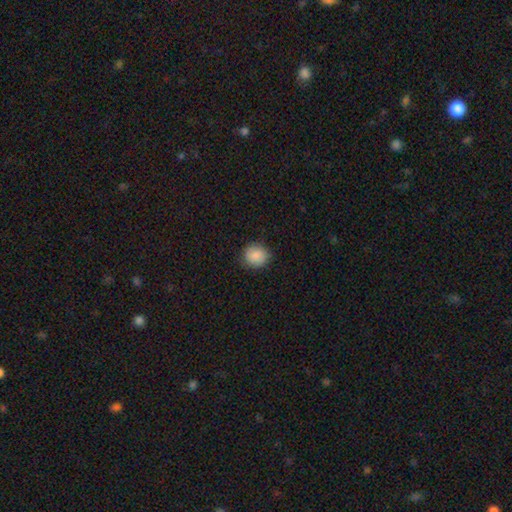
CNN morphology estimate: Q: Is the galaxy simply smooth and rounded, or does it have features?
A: smooth — 88%.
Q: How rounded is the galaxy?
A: round — 86%.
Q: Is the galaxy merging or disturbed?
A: none — 86%.